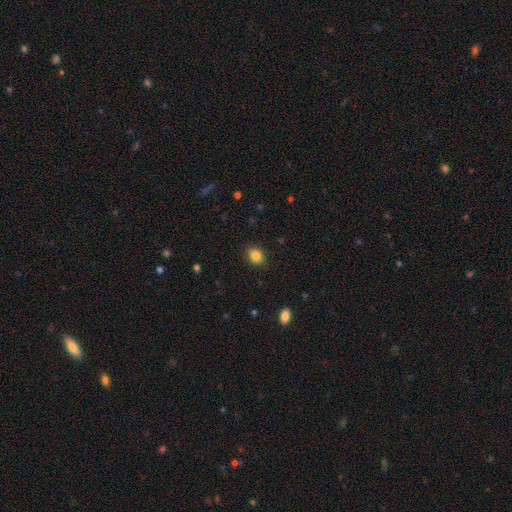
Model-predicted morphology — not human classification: Smooth or featured? Predicted: smooth (p=0.85). How rounded? Predicted: round (p=0.54). Merging? Predicted: none (p=0.89).